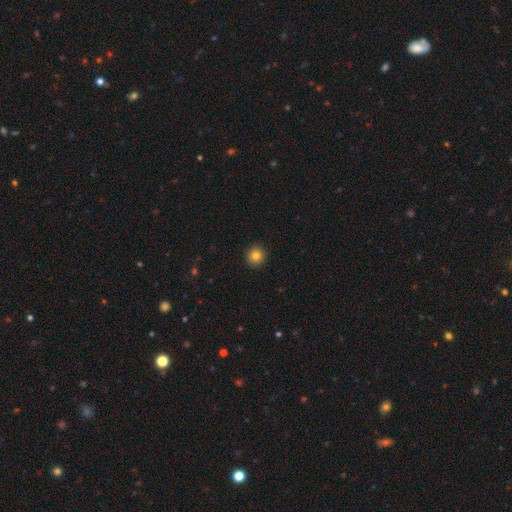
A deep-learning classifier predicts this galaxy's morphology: The model was most divided on "smooth or featured": smooth: 82%, star or artifact: 12%, featured or disk: 7%. More confident: how rounded — round (94%); merging — none (93%).